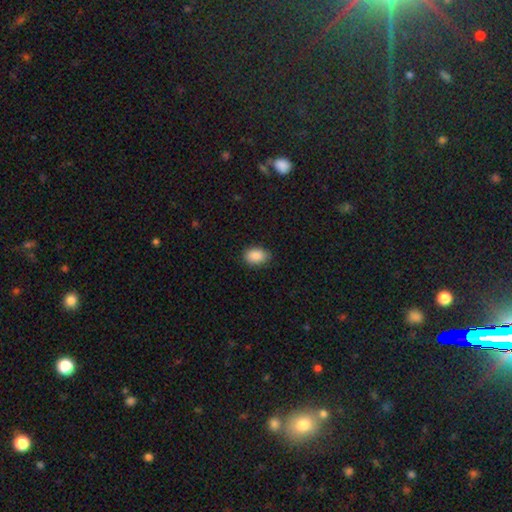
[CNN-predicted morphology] Smooth or featured? smooth (89%)
How rounded? in between (80%)
Merging? none (84%)